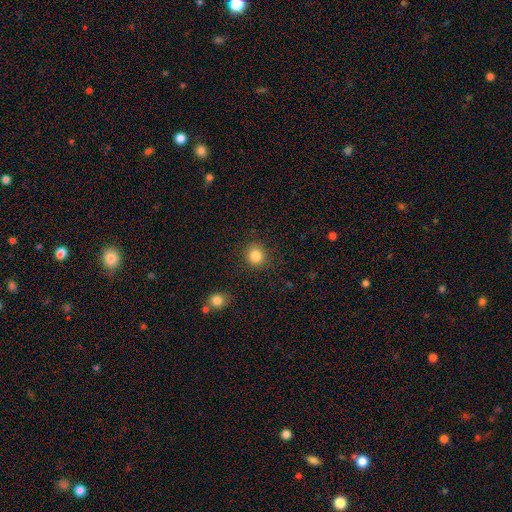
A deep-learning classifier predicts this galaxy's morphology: Smooth or featured? Predicted: smooth (p=0.85). How rounded? Predicted: round (p=0.88). Merging? Predicted: none (p=0.87).